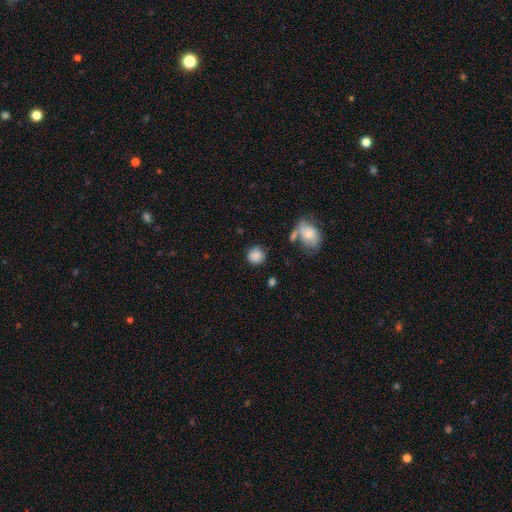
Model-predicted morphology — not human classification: This appears to be a smooth galaxy with no disk features (85%) that is round (87%). Merging: none (77%).